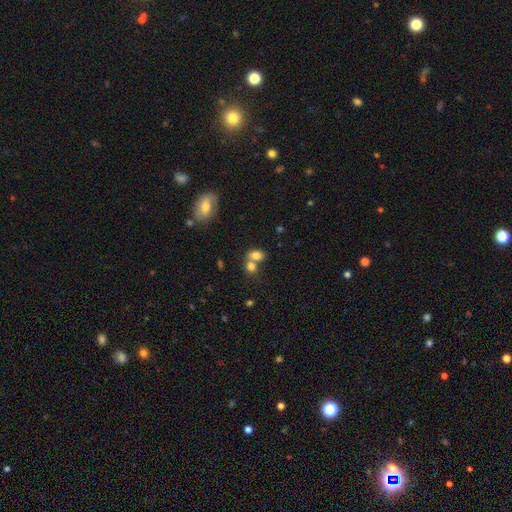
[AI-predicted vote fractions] Smooth or featured? Predicted: smooth (p=0.78). How rounded? Predicted: in between (p=0.73). Merging? Predicted: merger (p=0.51).